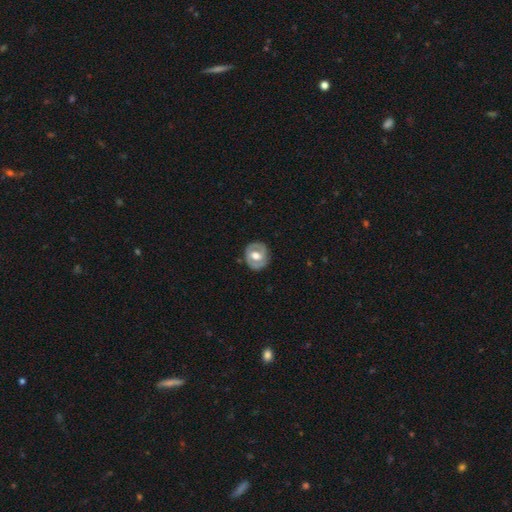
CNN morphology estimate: The model was most divided on "bar": no: 44%, weak: 40%, strong: 16%. More confident: edge-on disk — no (96%); merging — none (81%); smooth or featured — featured or disk (65%); bulge size — moderate (63%); spiral arms — yes (56%).